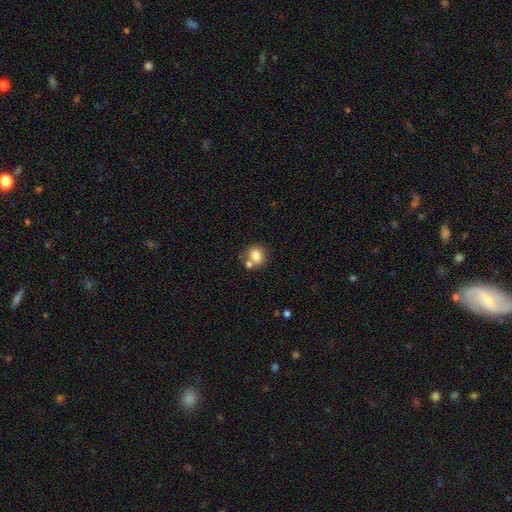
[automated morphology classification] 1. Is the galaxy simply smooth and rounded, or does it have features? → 81% smooth, 10% star or artifact, 9% featured or disk.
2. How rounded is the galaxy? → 74% round, 25% in between, 1% cigar-shaped.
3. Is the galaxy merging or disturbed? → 61% none, 25% merger, 11% minor disturbance, 3% major disturbance.